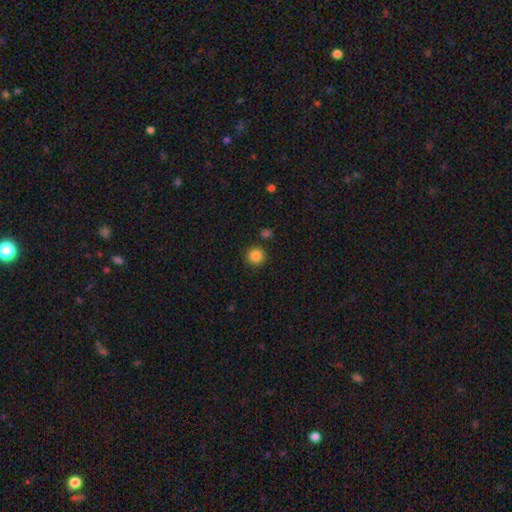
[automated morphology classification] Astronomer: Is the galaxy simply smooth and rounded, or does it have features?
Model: smooth — 86%.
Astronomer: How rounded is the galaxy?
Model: round — 93%.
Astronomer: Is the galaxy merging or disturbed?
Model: none — 88%.